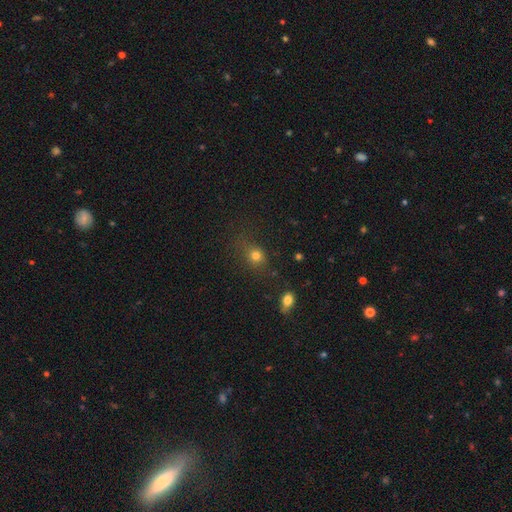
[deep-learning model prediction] Smooth or featured? Predicted: smooth (p=0.75). How rounded? Predicted: round (p=0.69). Merging? Predicted: none (p=0.69).